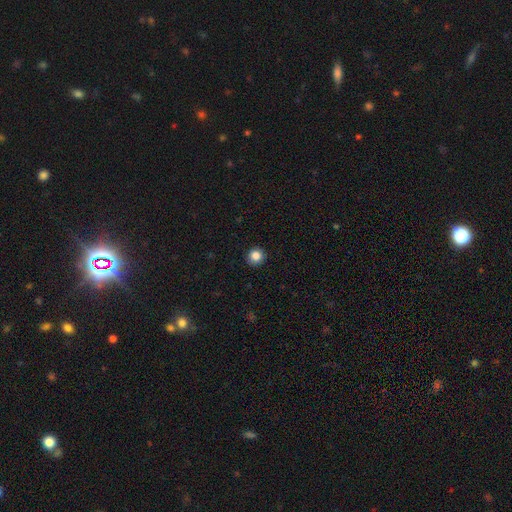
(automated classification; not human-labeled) The model was most divided on "smooth or featured": smooth: 84%, star or artifact: 11%, featured or disk: 5%. More confident: how rounded — round (92%); merging — none (92%).